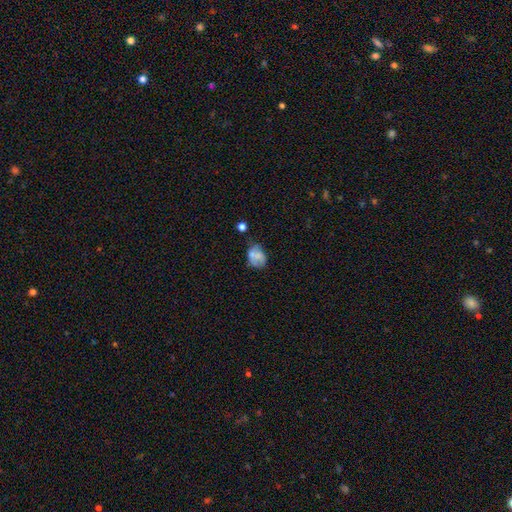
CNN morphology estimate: Smooth or featured? smooth (62%)
How rounded? in between (72%)
Merging? none (40%)